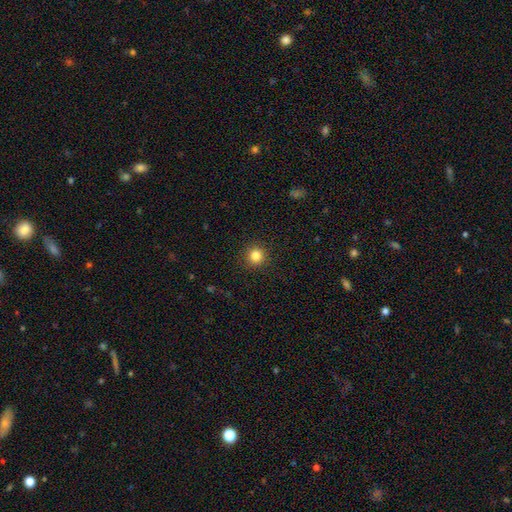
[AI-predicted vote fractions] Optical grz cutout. It shows a smooth galaxy with no disk features (83%) that is round (94%). Merging: none (92%).